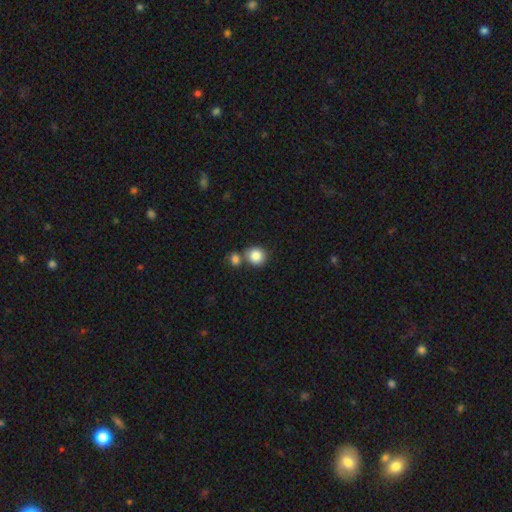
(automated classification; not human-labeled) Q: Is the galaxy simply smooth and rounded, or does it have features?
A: smooth — 86%.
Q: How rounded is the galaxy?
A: round — 85%.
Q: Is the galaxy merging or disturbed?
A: none — 60%.